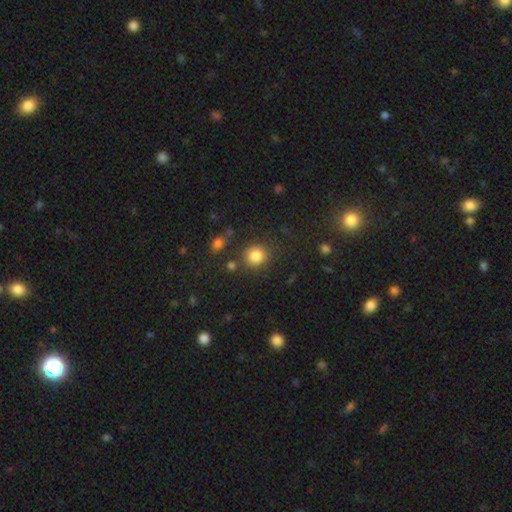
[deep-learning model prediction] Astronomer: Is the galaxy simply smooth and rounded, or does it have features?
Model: smooth — 84%.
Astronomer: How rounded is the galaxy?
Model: round — 86%.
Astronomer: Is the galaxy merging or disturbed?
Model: none — 79%.